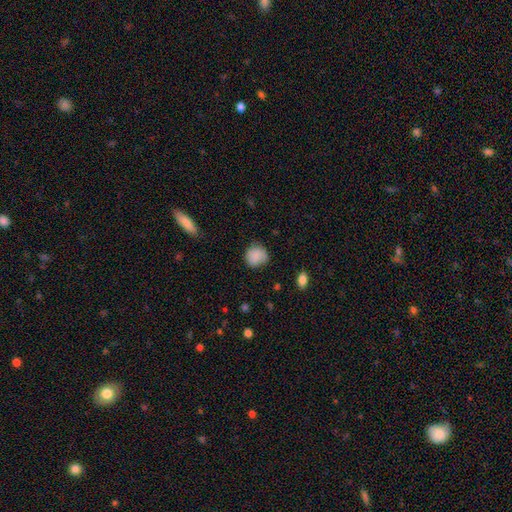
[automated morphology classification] Overall: smooth (84%). How rounded: round (85%). Merging: none (72%).